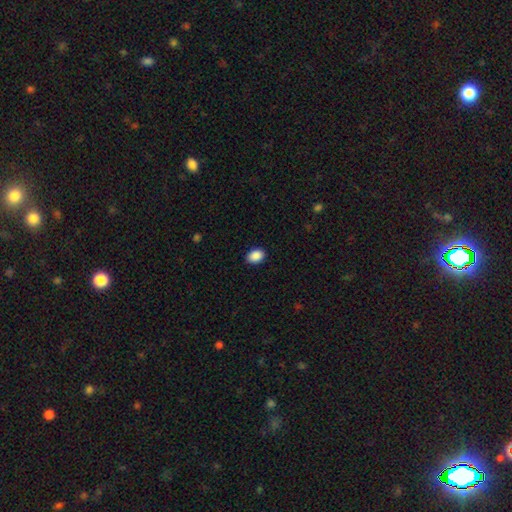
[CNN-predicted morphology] Overall: smooth (90%). How rounded: in between (73%). Merging: none (89%).